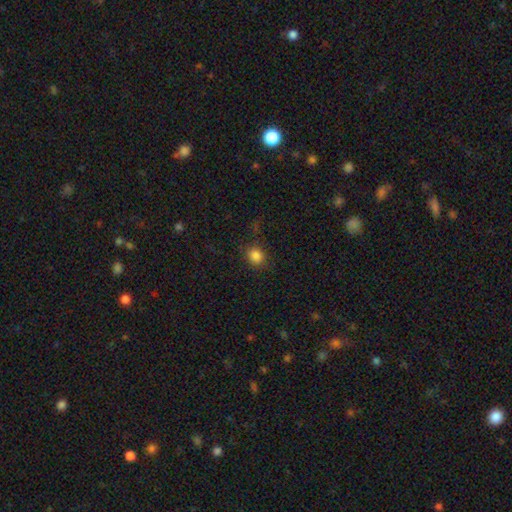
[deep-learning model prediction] smooth 83%, star or artifact 12%, featured or disk 4%. Down the decision tree: how rounded — round (69%); merging — none (82%).